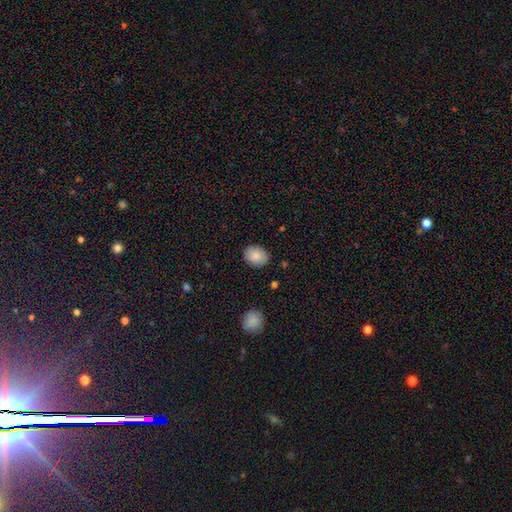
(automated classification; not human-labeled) This appears to be a smooth galaxy with no disk features (85%) that is in between round and cigar-shaped (51%). Merging: none (87%).